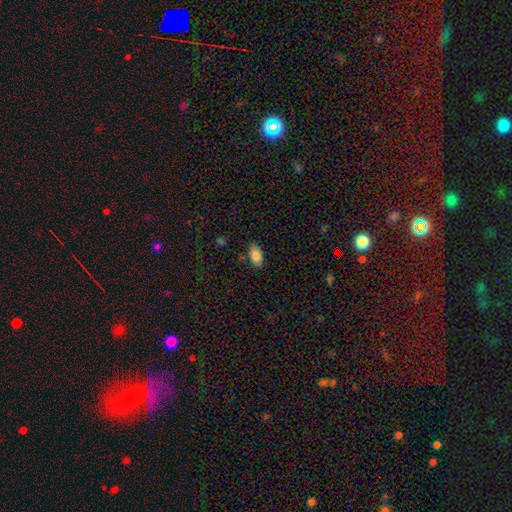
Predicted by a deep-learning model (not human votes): Morphology: type=smooth (84%); roundness=in between (92%); merging=none (83%).